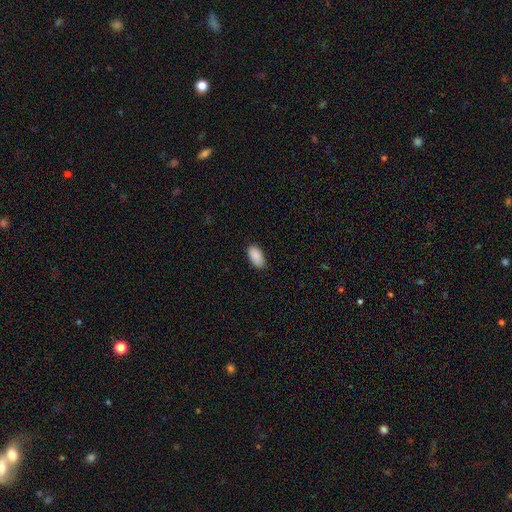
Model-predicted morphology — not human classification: Smooth or featured? smooth (90%)
How rounded? in between (95%)
Merging? none (86%)